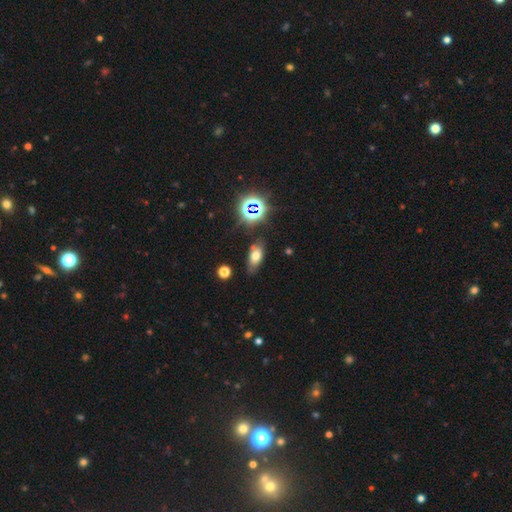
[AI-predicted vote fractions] A smooth galaxy with no disk features (63%) that is in between round and cigar-shaped (84%).

Vote fractions:
- Smooth or featured? smooth: 63% / star or artifact: 21% / featured or disk: 17%
- How rounded? in between: 84% / round: 9% / cigar-shaped: 7%
- Merging? none: 75% / minor disturbance: 17% / major disturbance: 4% / merger: 4%